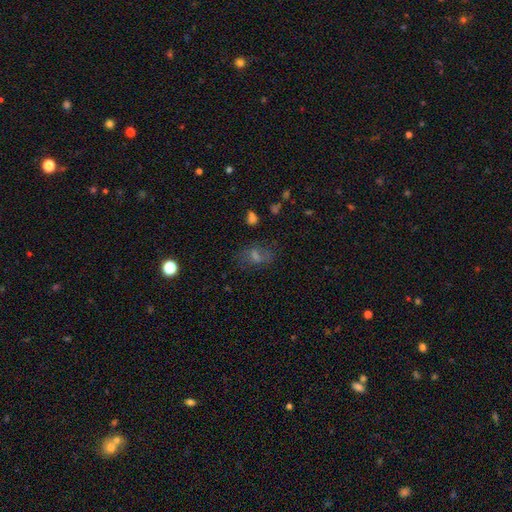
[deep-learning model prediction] smooth 44%, star or artifact 29%, featured or disk 27%. Down the decision tree: merging — none (67%).